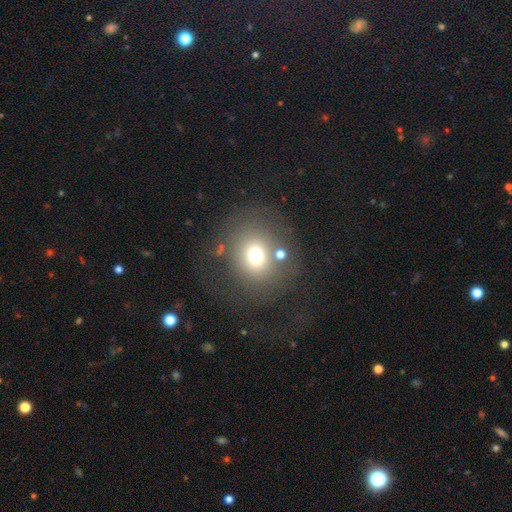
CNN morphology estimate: This is likely a smooth galaxy (68%). How rounded: likely round (72%). Merging: likely none (67%).